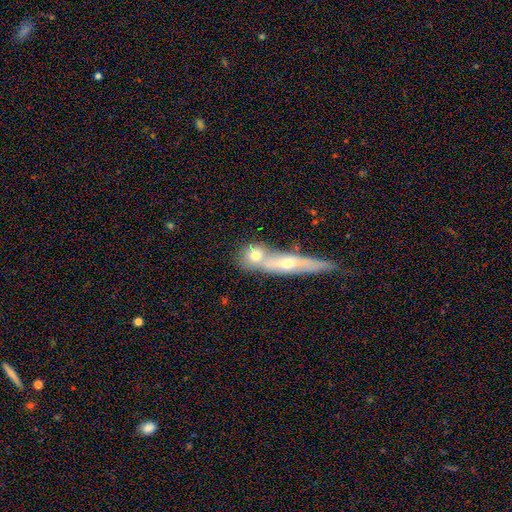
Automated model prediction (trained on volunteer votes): Overall: smooth (63%; featured or disk 28%). How rounded: round (45%; in between 31%). Merging: merger (49%; none 39%).